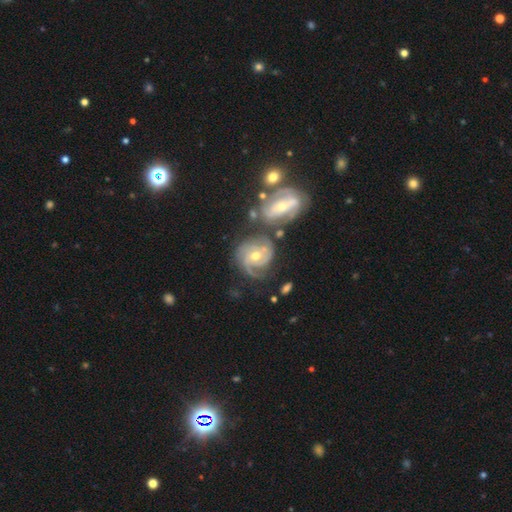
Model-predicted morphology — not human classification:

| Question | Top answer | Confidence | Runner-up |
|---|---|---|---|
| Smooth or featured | featured or disk | 84% | smooth (10%) |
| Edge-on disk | no | 97% | yes (3%) |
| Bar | no | 64% | weak (27%) |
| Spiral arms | yes | 95% | no (5%) |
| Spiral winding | tight | 57% | medium (33%) |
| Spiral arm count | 3 | 33% | 2 (29%) |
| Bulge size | moderate | 67% | small (28%) |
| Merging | none | 42% | merger (28%) |